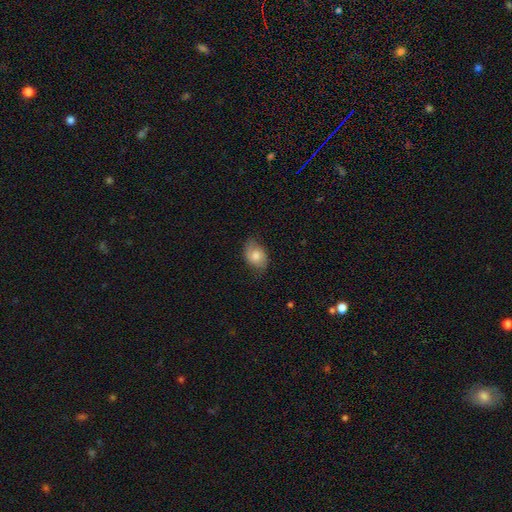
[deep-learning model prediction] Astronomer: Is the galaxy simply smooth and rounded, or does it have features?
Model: smooth — 70%.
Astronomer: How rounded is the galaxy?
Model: in between — 76%.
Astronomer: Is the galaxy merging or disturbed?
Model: none — 68%.